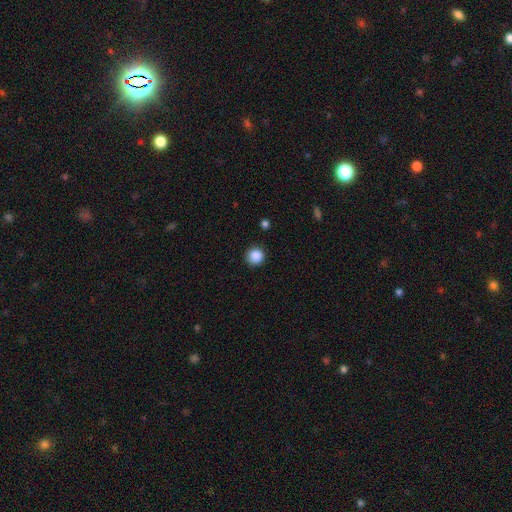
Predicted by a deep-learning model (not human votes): Smooth or featured?
  - smooth: 87% *
  - star or artifact: 10%
  - featured or disk: 3%
How rounded?
  - round: 94% *
  - in between: 5%
  - cigar-shaped: 1%
Merging?
  - none: 89% *
  - minor disturbance: 8%
  - major disturbance: 2%
  - merger: 1%